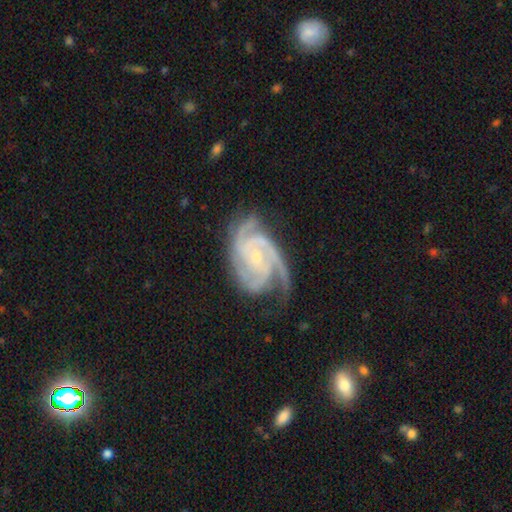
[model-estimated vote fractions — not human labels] The model was most divided on "spiral winding": tight: 63%, medium: 33%, loose: 4%. More confident: spiral arms — yes (99%); edge-on disk — no (98%); smooth or featured — featured or disk (93%); bulge size — small (72%); merging — none (68%); bar — no (65%); spiral arm count — 3 (58%).